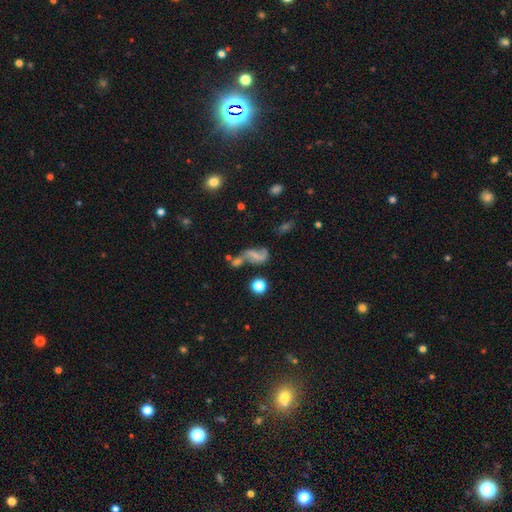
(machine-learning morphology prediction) This appears to be a featured or disk galaxy (60%) with no bar (42%), spiral arms (81%) and no central bulge (41%, tied with small). Merging: none (37%).